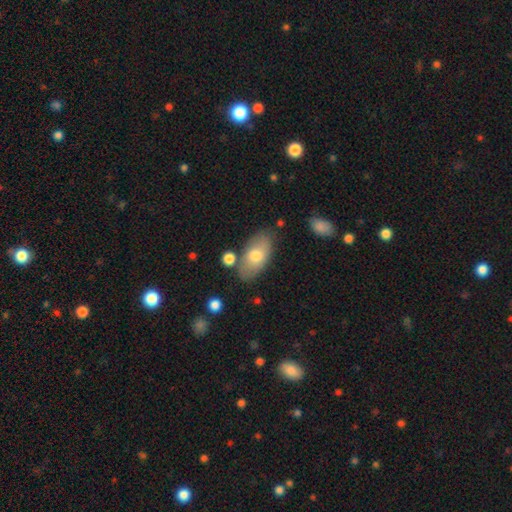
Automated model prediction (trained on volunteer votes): smooth_or_featured: smooth (p=0.69) [alt: featured or disk p=0.24]
how_rounded: in between (p=0.92) [alt: round p=0.04]
merging: none (p=0.76) [alt: minor disturbance p=0.15]